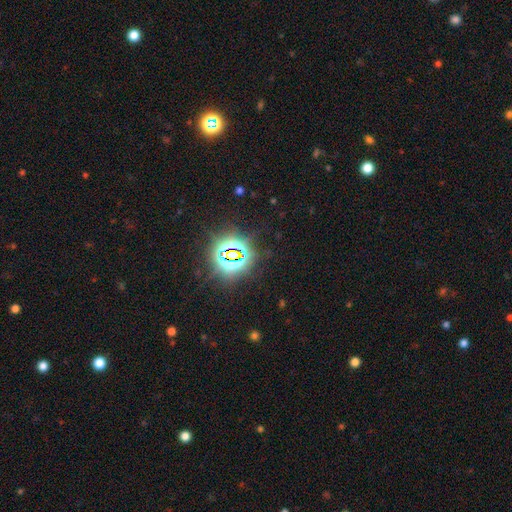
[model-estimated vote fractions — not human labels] A star or artifact, not a galaxy (81%).